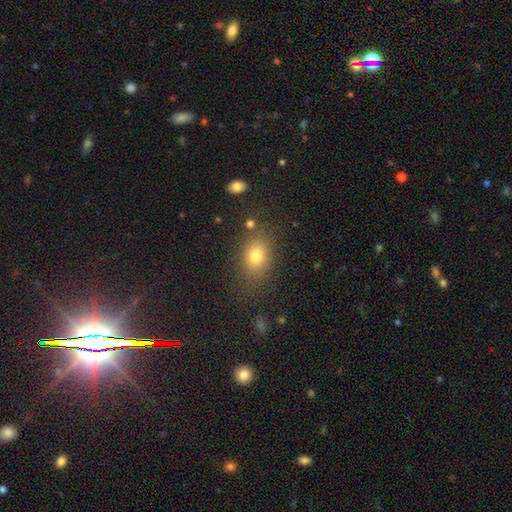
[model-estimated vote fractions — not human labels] Smooth or featured? Predicted: smooth (p=0.78). How rounded? Predicted: in between (p=0.69). Merging? Predicted: none (p=0.76).